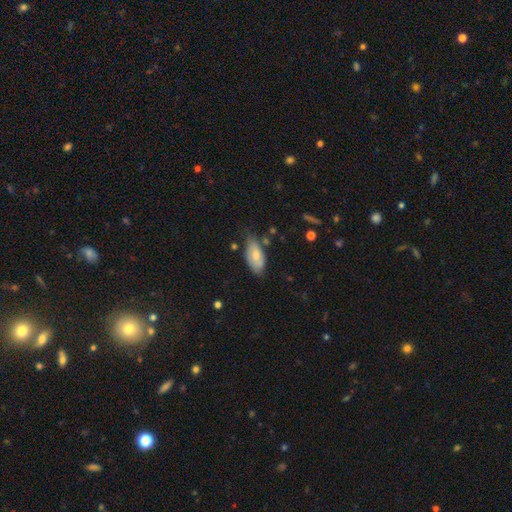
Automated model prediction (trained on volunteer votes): Smooth or featured: smooth — 69% (featured or disk — 25%)
How rounded: in between — 91% (cigar-shaped — 6%)
Merging: none — 57% (minor disturbance — 33%)